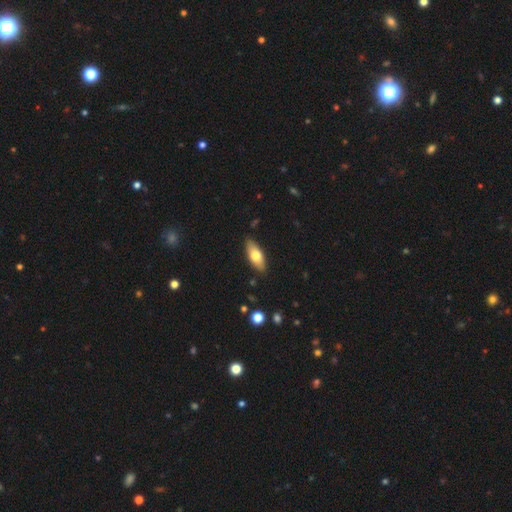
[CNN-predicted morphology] This is likely a smooth galaxy (68%). How rounded: likely in between (76%). Merging: clearly none (86%).